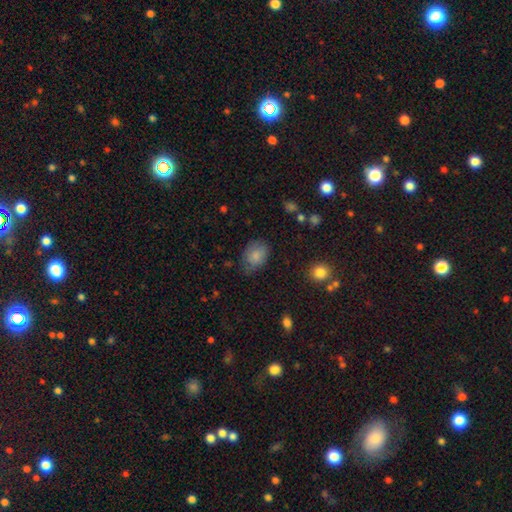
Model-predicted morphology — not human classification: Overall: smooth (83%). How rounded: in between (66%; round 33%). Merging: none (66%).